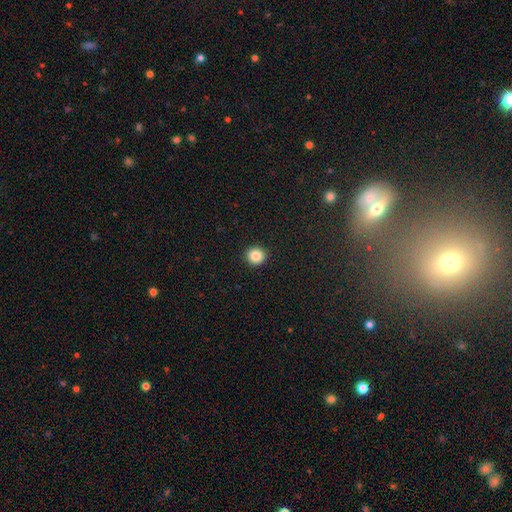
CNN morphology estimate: A smooth galaxy with no disk features (86%) that is round (93%).

Vote fractions:
- Smooth or featured? smooth: 86% / star or artifact: 10% / featured or disk: 4%
- How rounded? round: 93% / in between: 6% / cigar-shaped: 1%
- Merging? none: 93% / minor disturbance: 4% / major disturbance: 2% / merger: 1%